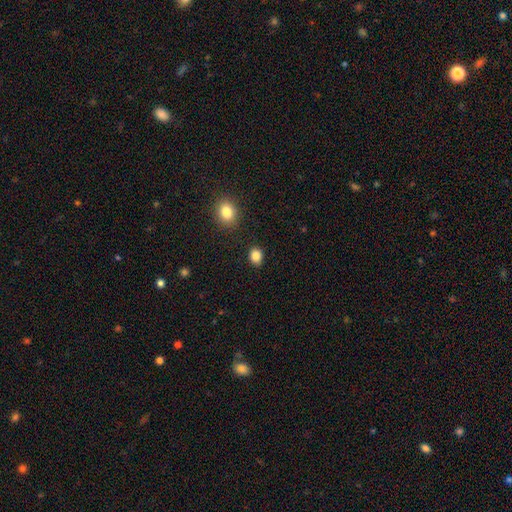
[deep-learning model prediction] smooth_or_featured: smooth (p=0.85) [alt: star or artifact p=0.10]
how_rounded: round (p=0.51) [alt: in between p=0.48]
merging: none (p=0.86) [alt: minor disturbance p=0.09]